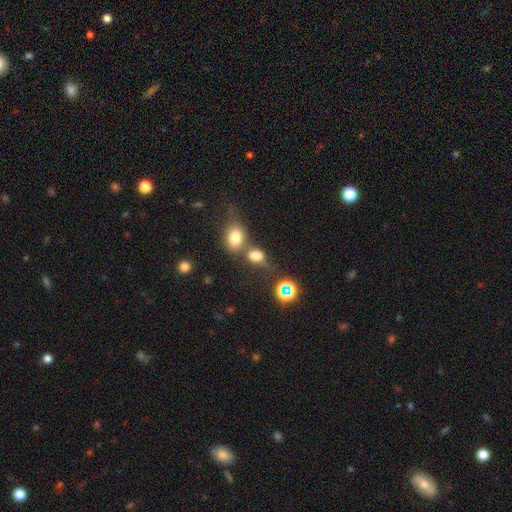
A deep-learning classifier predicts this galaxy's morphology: smooth-or-featured: smooth: 72% | star or artifact: 17% | featured or disk: 11%
  how-rounded: in between: 69% | round: 29% | cigar-shaped: 3%
  merging: merger: 42% | none: 38% | minor disturbance: 12% | major disturbance: 8%